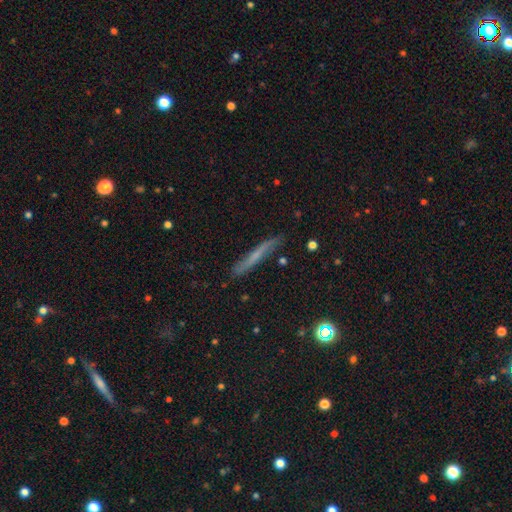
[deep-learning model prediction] Smooth or featured?
  - smooth: 46% *
  - featured or disk: 45%
  - star or artifact: 9%
Merging?
  - none: 82% *
  - minor disturbance: 13%
  - major disturbance: 3%
  - merger: 2%